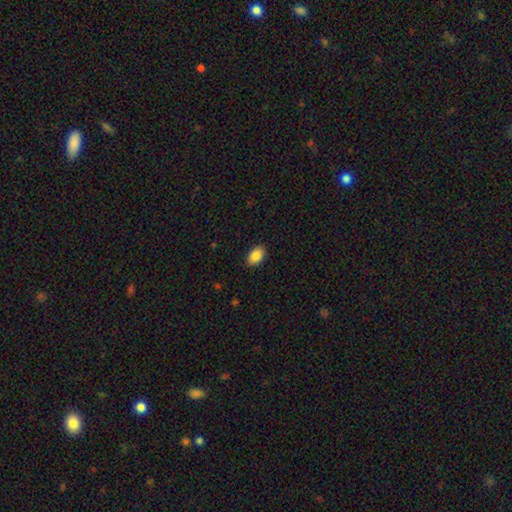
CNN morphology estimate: This is clearly a smooth galaxy (88%). How rounded: clearly in between (90%). Merging: clearly none (89%).